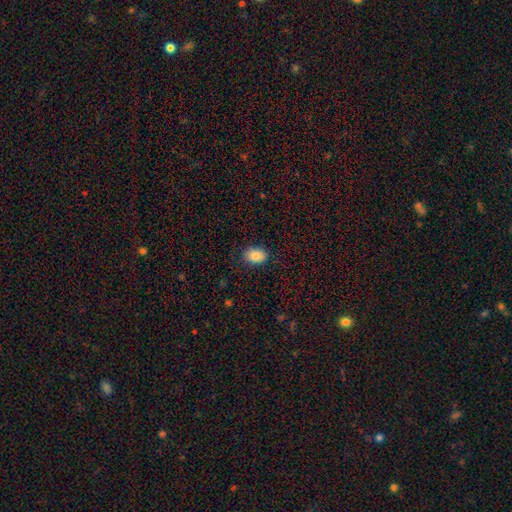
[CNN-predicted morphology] smooth_or_featured: smooth (p=0.86) [alt: star or artifact p=0.09]
how_rounded: in between (p=0.74) [alt: round p=0.25]
merging: none (p=0.85) [alt: minor disturbance p=0.12]